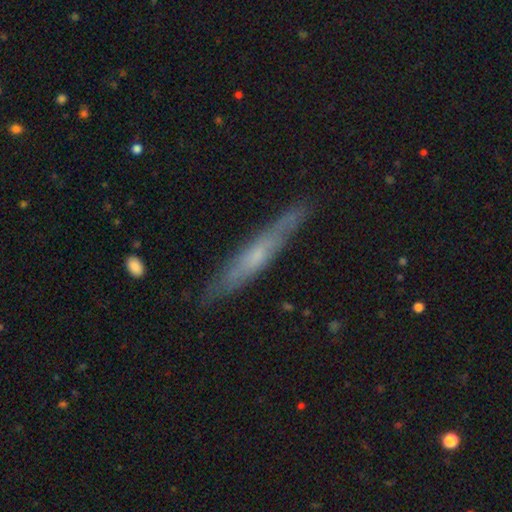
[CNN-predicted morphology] Smooth or featured? Predicted: featured or disk (p=0.53). Edge-on disk? Predicted: yes (p=0.85). Merging? Predicted: none (p=0.84).